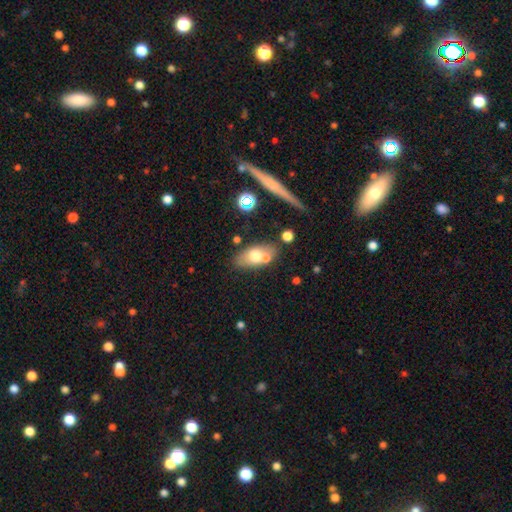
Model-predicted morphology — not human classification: Smooth or featured? smooth (64%)
How rounded? in between (84%)
Merging? none (55%)